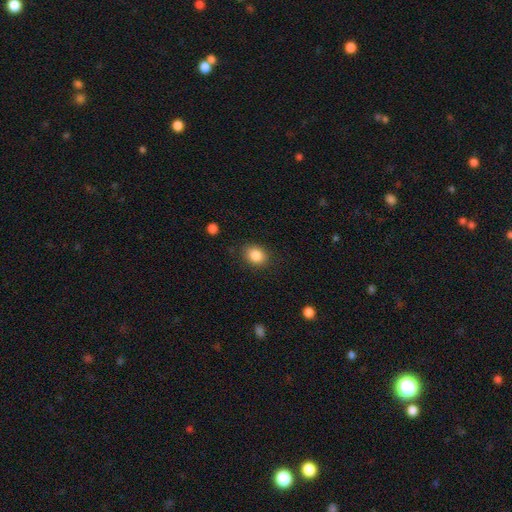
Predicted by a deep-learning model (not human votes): Overall: smooth (86%). How rounded: in between (54%; round 45%). Merging: none (85%).